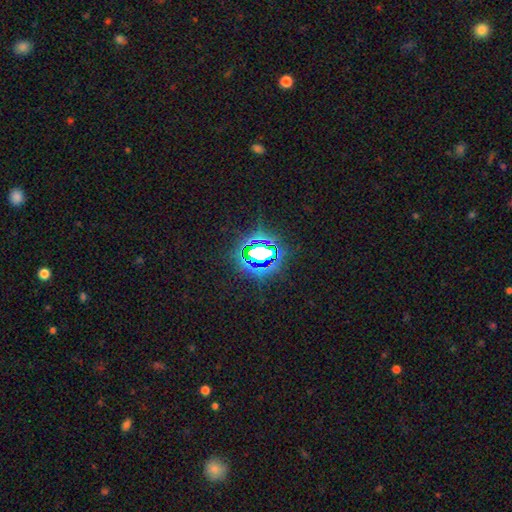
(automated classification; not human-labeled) This is likely a star or artifact rather than a galaxy (74%).